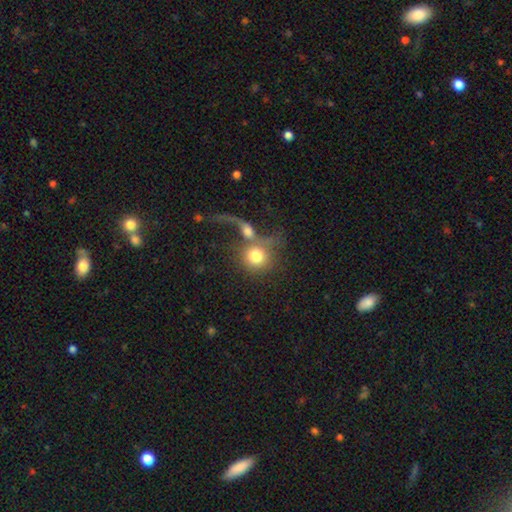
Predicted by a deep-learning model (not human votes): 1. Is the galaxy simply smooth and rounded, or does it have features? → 68% smooth, 23% featured or disk, 10% star or artifact.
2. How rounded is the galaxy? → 83% round, 15% in between, 2% cigar-shaped.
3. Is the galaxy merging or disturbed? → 55% merger, 21% none, 17% major disturbance, 7% minor disturbance.